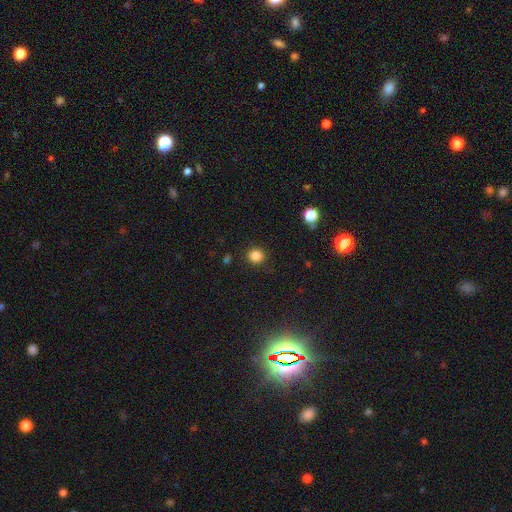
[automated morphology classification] Smooth or featured?
  - smooth: 85% *
  - star or artifact: 12%
  - featured or disk: 3%
How rounded?
  - round: 88% *
  - in between: 11%
  - cigar-shaped: 1%
Merging?
  - none: 88% *
  - minor disturbance: 8%
  - major disturbance: 3%
  - merger: 1%